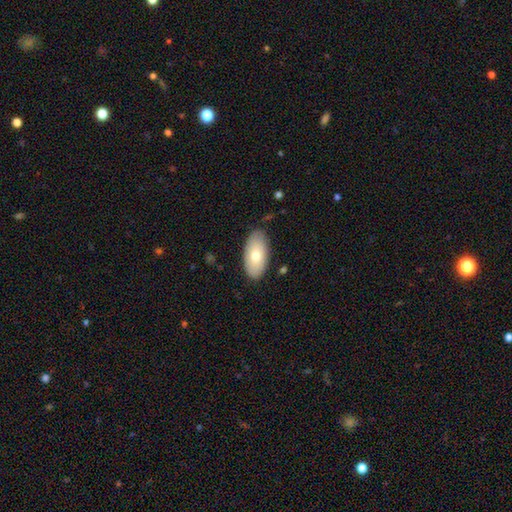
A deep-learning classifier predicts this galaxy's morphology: Q: Smooth or featured?
A: smooth (72%); runner-up: featured or disk (22%)
Q: How rounded?
A: in between (94%); runner-up: round (3%)
Q: Merging?
A: none (83%); runner-up: minor disturbance (13%)